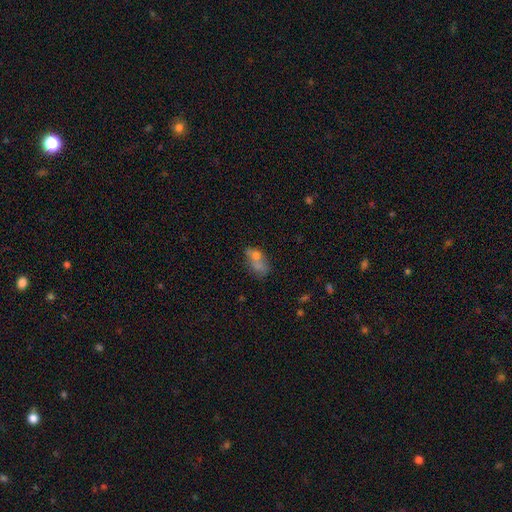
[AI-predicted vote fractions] A smooth galaxy with no disk features (64%) that is in between round and cigar-shaped (73%). Merging: merger (53%).